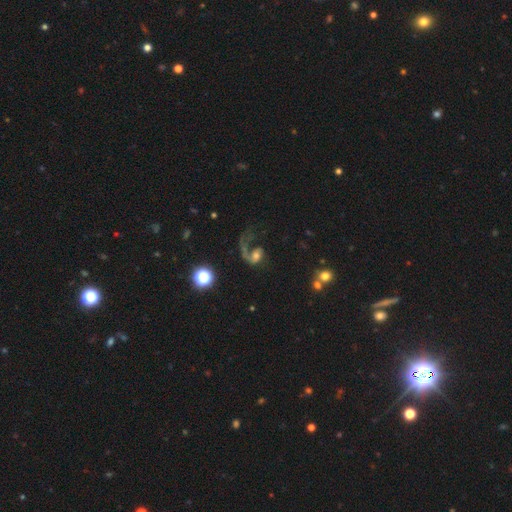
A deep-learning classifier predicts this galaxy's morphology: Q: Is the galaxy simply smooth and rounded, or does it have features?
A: featured or disk — 63%.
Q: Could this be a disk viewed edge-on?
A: no — 97%.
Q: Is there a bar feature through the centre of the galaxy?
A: no — 65%.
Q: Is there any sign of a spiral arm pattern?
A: yes — 84%.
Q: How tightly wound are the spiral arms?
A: loose — 69%.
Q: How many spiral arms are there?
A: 1 — 81%.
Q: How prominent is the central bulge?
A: moderate — 45%.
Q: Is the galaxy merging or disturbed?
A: major disturbance — 51%.